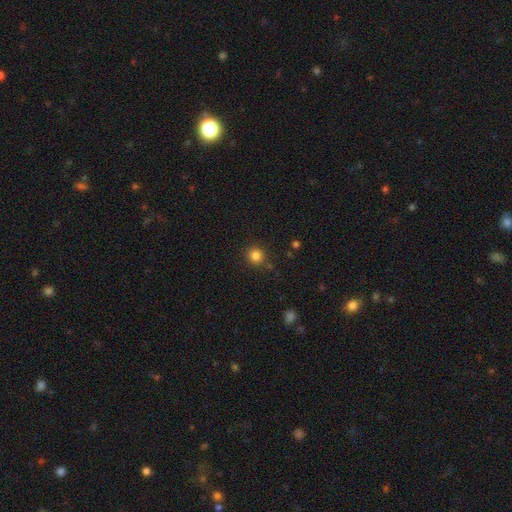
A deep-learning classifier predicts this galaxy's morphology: smooth 83%, star or artifact 13%, featured or disk 5%. Down the decision tree: how rounded — round (91%); merging — none (87%).